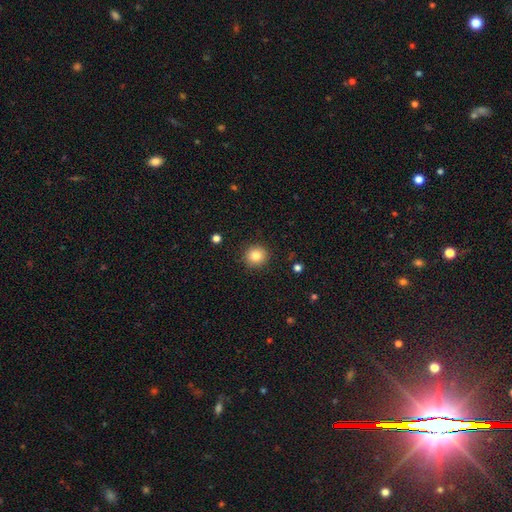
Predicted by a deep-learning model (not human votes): A smooth galaxy with no disk features (82%) that is round (93%).

Vote fractions:
- Smooth or featured? smooth: 82% / star or artifact: 11% / featured or disk: 7%
- How rounded? round: 93% / in between: 6% / cigar-shaped: 1%
- Merging? none: 91% / minor disturbance: 6% / major disturbance: 2% / merger: 1%